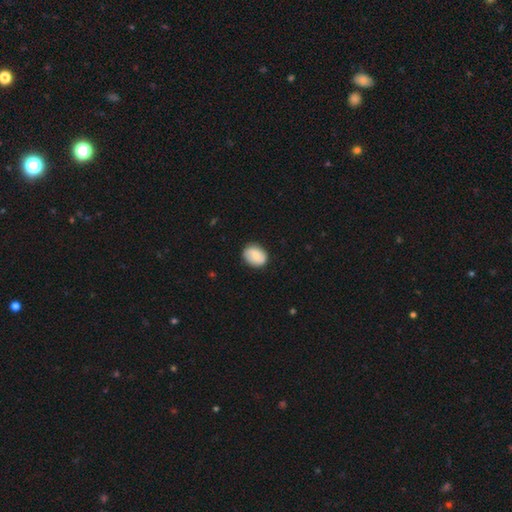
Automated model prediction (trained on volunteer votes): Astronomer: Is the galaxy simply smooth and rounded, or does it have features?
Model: smooth — 73%.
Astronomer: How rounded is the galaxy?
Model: in between — 56% (runner-up: round, 42%).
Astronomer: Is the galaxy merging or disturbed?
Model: none — 84%.